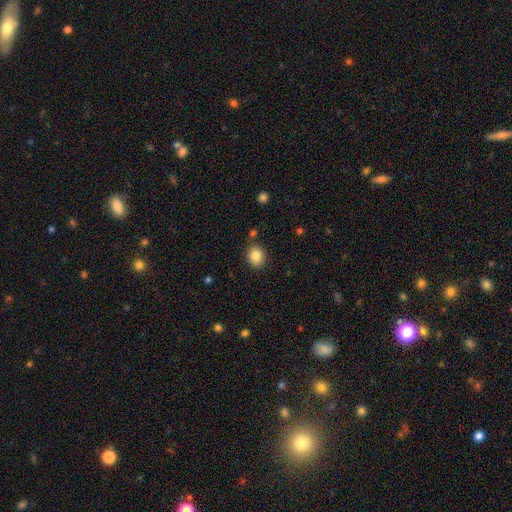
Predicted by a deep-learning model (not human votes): Morphology: type=smooth (84%); roundness=round (61%); merging=none (83%).